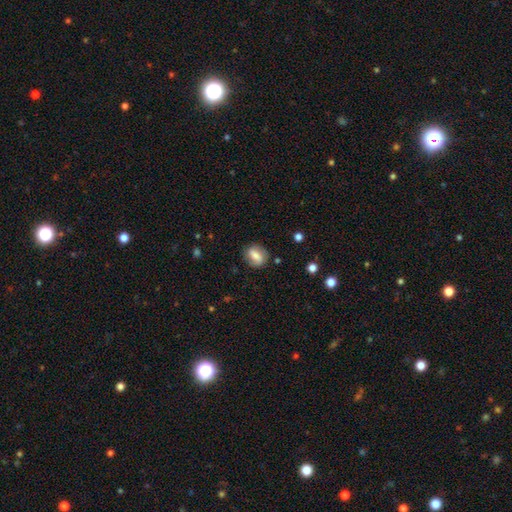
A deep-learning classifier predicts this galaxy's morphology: This is likely a smooth galaxy (64%). How rounded: possibly in between (56%). Merging: clearly none (80%).